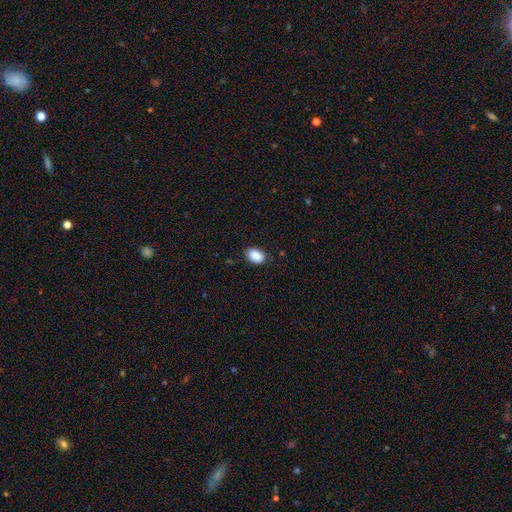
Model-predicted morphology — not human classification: Smooth or featured?
  - smooth: 90% *
  - star or artifact: 7%
  - featured or disk: 3%
How rounded?
  - in between: 87% *
  - round: 12%
  - cigar-shaped: 1%
Merging?
  - none: 86% *
  - minor disturbance: 10%
  - major disturbance: 2%
  - merger: 1%